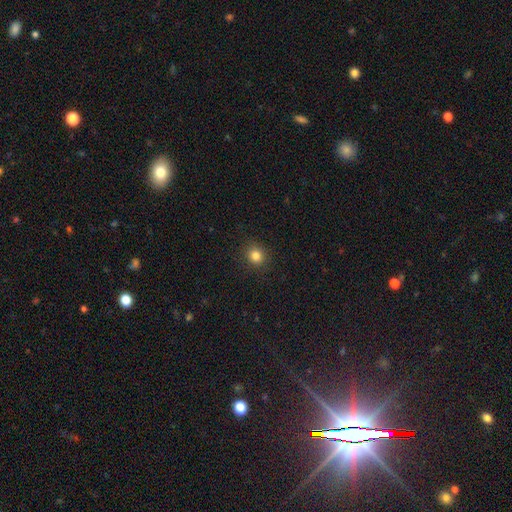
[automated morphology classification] This appears to be a smooth galaxy with no disk features (83%) that is round (84%). Merging: none (90%).